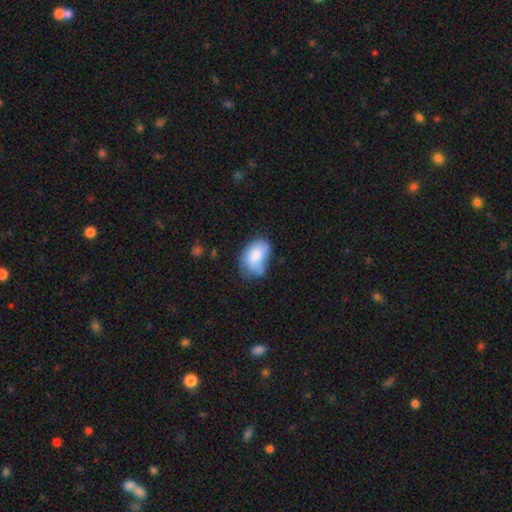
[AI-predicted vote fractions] smooth-or-featured: smooth: 77% | featured or disk: 16% | star or artifact: 8%
  how-rounded: in between: 86% | round: 13% | cigar-shaped: 1%
  merging: none: 40% | minor disturbance: 36% | major disturbance: 16% | merger: 7%